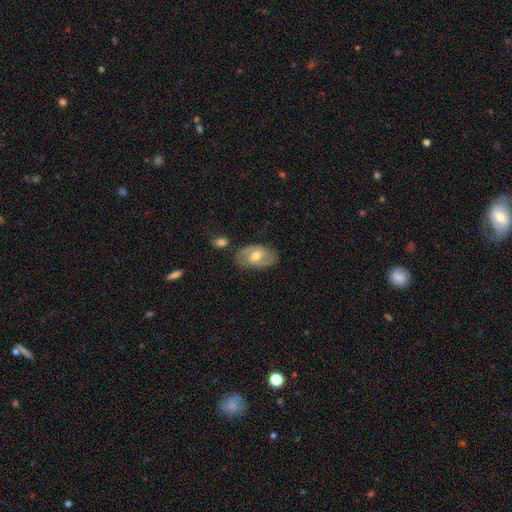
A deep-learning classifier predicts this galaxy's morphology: A featured or disk galaxy (58%) with a weak bar (48%), spiral arms (72%) and a moderate central bulge (72%). Merging: none (75%).